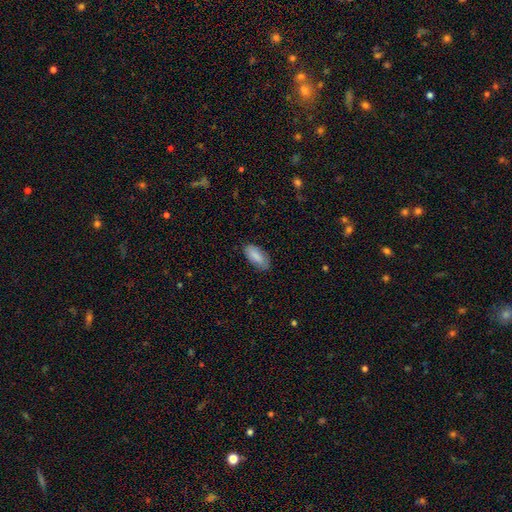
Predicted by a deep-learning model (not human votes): smooth 86%, featured or disk 8%, star or artifact 6%. Down the decision tree: how rounded — in between (91%); merging — none (83%).